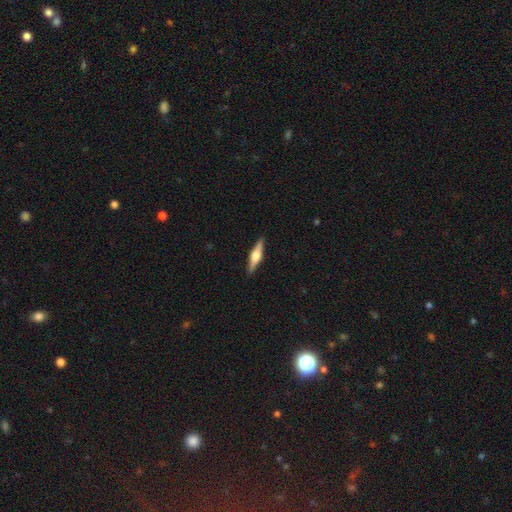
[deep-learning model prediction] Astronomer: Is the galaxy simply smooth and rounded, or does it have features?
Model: featured or disk — 67%.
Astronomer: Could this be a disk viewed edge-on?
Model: yes — 97%.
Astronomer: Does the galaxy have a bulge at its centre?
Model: rounded — 91%.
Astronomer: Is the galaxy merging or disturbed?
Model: none — 91%.